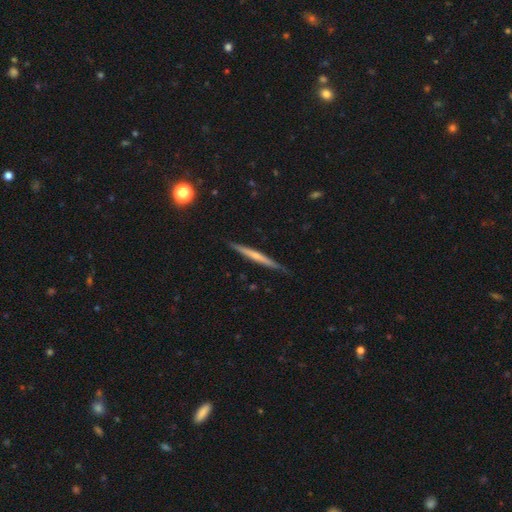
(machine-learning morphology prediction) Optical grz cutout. It shows a featured or disk galaxy (56%) viewed edge-on (97%) with no central bulge (61%). Merging: none (87%).